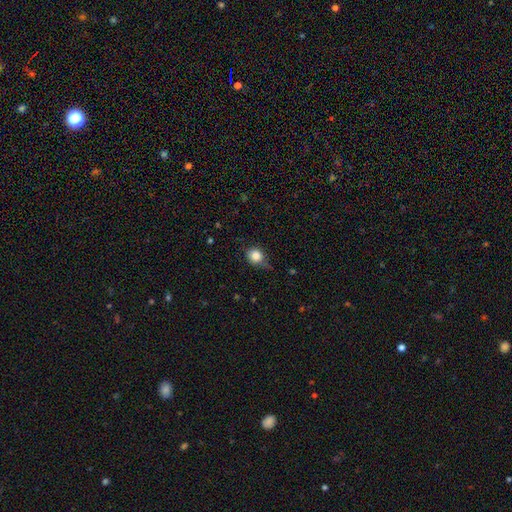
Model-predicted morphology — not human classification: smooth 84%, star or artifact 10%, featured or disk 7%. Down the decision tree: how rounded — round (72%); merging — none (60%).